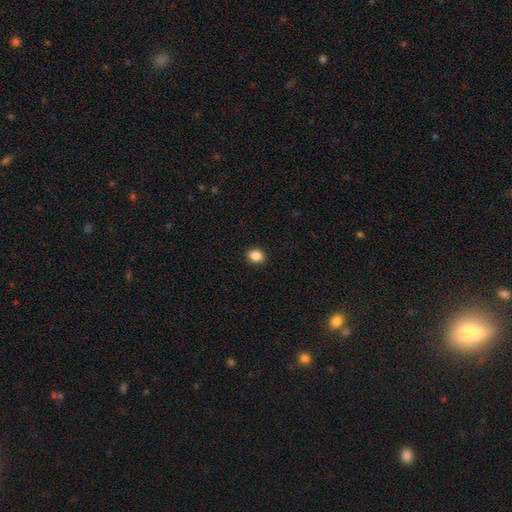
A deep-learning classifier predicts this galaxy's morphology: The model was most divided on "how rounded": in between: 56%, round: 43%, cigar-shaped: 1%. More confident: merging — none (91%); smooth or featured — smooth (87%).